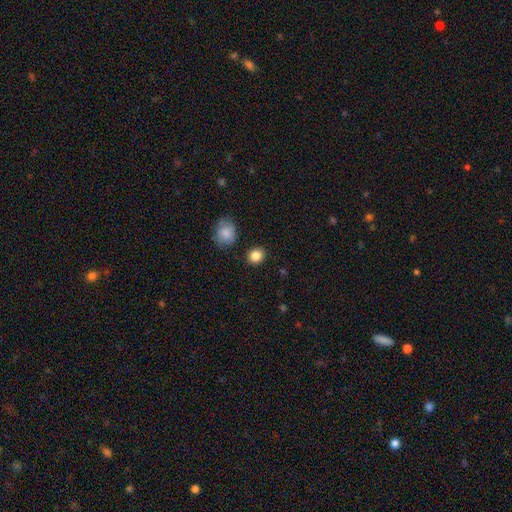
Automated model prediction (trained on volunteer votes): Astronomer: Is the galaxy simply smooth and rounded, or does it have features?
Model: smooth — 86%.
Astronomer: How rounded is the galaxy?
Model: round — 74%.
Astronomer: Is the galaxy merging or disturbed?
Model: none — 88%.